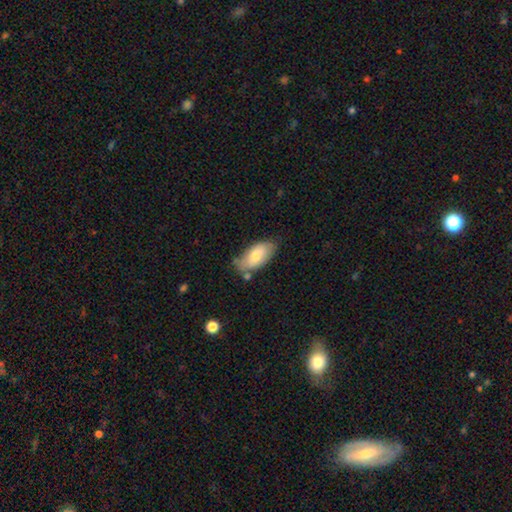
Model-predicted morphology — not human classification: A smooth galaxy with no disk features (72%) that is in between round and cigar-shaped (92%). Merging: none (67%).